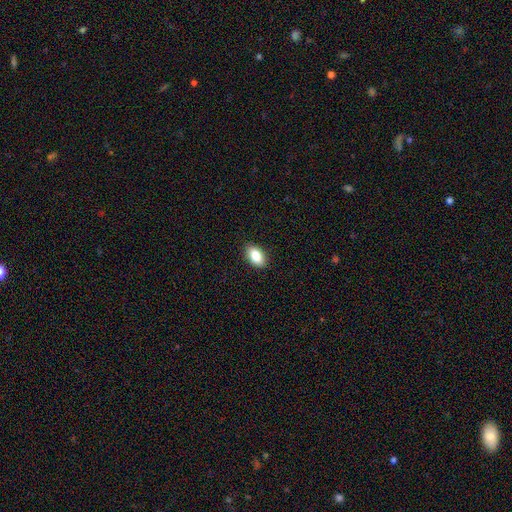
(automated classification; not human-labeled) A smooth galaxy with no disk features (82%) that is in between round and cigar-shaped (91%). Merging: none (89%).